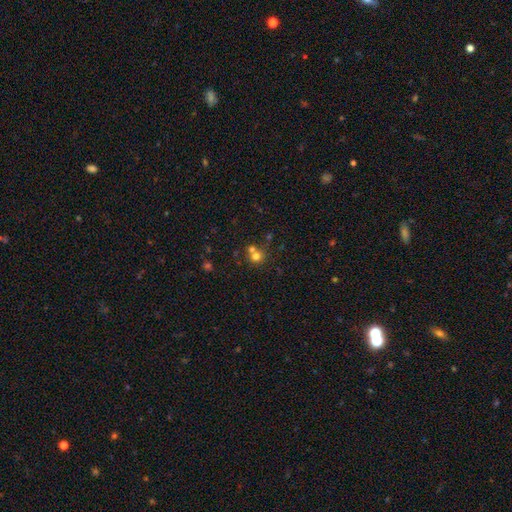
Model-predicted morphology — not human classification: The model was most divided on "merging": none: 48%, merger: 42%, minor disturbance: 6%, major disturbance: 3%. More confident: how rounded — round (86%); smooth or featured — smooth (71%).